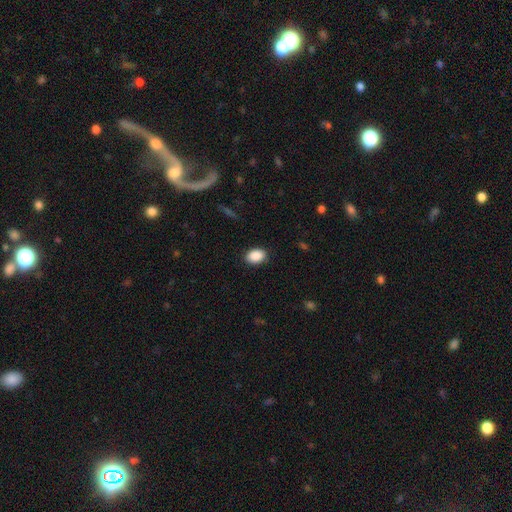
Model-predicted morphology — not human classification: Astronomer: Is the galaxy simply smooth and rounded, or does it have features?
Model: smooth — 90%.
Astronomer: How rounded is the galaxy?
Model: in between — 82%.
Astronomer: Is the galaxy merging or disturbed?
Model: none — 88%.